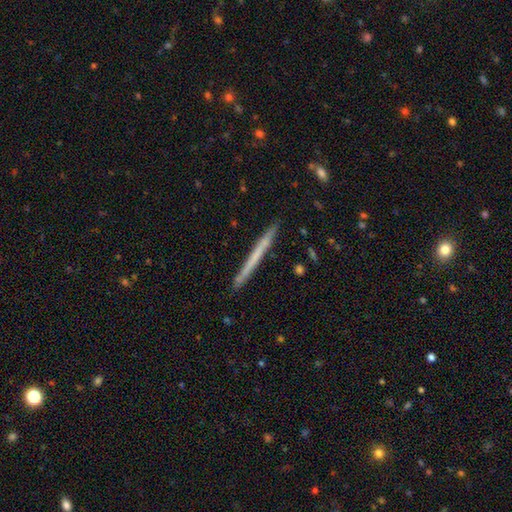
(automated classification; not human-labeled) Smooth or featured?
  - smooth: 51% *
  - featured or disk: 44%
  - star or artifact: 6%
How rounded?
  - cigar-shaped: 97% *
  - in between: 1%
  - round: 1%
Merging?
  - none: 91% *
  - minor disturbance: 7%
  - major disturbance: 1%
  - merger: 1%